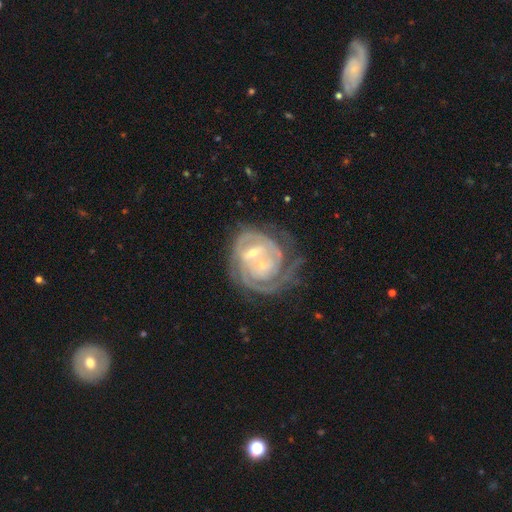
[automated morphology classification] featured or disk 85%, smooth 9%, star or artifact 6%. Down the decision tree: edge-on disk — no (97%); bar — no (45%); spiral arms — yes (93%); spiral arm count — can't tell (34%); spiral winding — tight (75%); bulge size — small (72%); merging — merger (44%).